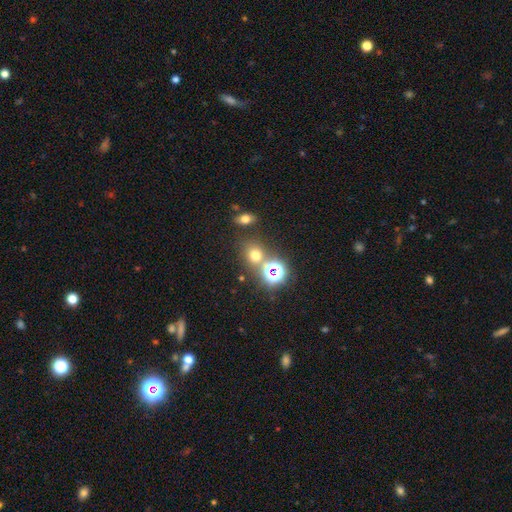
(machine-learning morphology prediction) type=smooth (60%); roundness=round (74%); merging=none (68%).